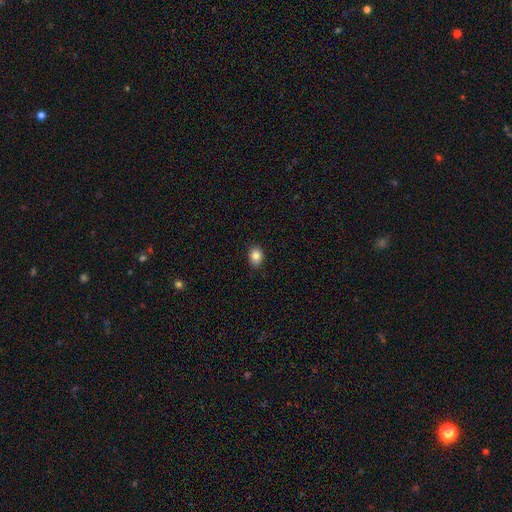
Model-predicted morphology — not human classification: This appears to be a smooth galaxy with no disk features (85%) that is in between round and cigar-shaped (64%). Merging: none (87%).